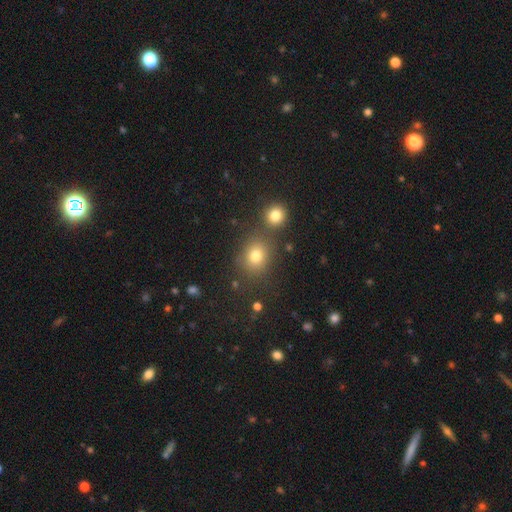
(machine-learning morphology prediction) Smooth or featured?
  - smooth: 75% *
  - star or artifact: 17%
  - featured or disk: 8%
How rounded?
  - round: 73% *
  - in between: 26%
  - cigar-shaped: 1%
Merging?
  - none: 72% *
  - merger: 14%
  - minor disturbance: 10%
  - major disturbance: 4%